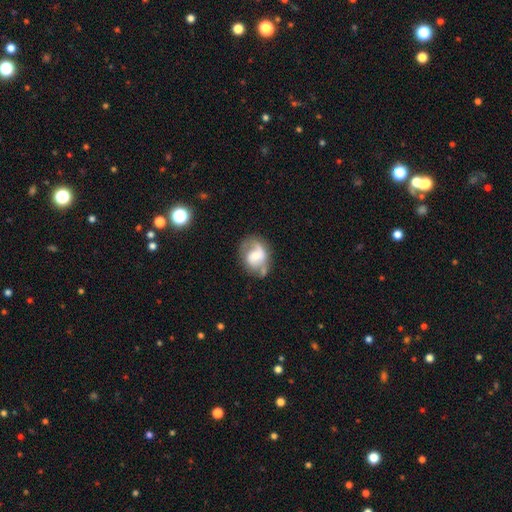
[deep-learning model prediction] Morphology: type=featured or disk (60%); edge-on=no (97%); bar=no (49%); spiral arms=yes (78%); bulge=moderate (50%); merging=none (54%).